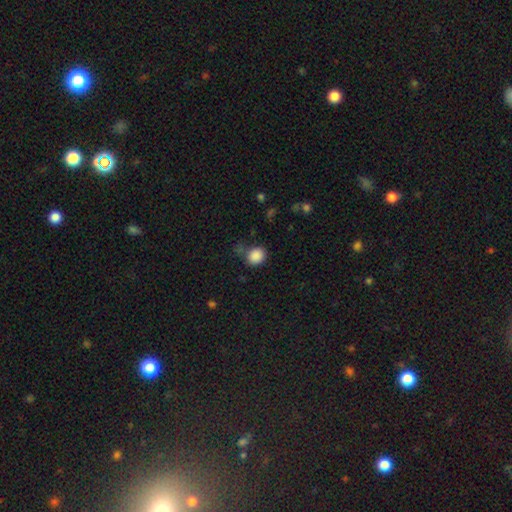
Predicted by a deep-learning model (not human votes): Smooth or featured?
  - smooth: 87% *
  - star or artifact: 10%
  - featured or disk: 3%
How rounded?
  - round: 70% *
  - in between: 29%
  - cigar-shaped: 1%
Merging?
  - none: 71% *
  - minor disturbance: 17%
  - merger: 6%
  - major disturbance: 6%